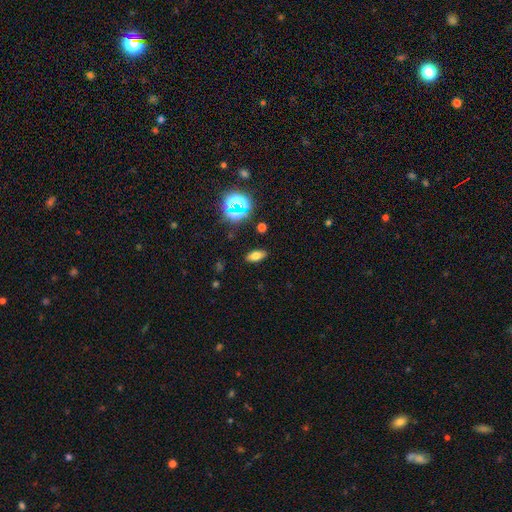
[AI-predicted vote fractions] Smooth or featured? Predicted: smooth (p=0.67). How rounded? Predicted: in between (p=0.85). Merging? Predicted: none (p=0.88).